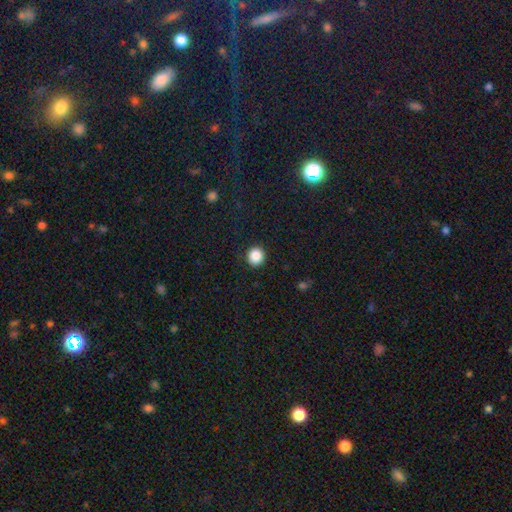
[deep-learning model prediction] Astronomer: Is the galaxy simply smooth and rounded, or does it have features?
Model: smooth — 87%.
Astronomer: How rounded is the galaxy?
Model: round — 93%.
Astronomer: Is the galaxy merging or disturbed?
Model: none — 92%.